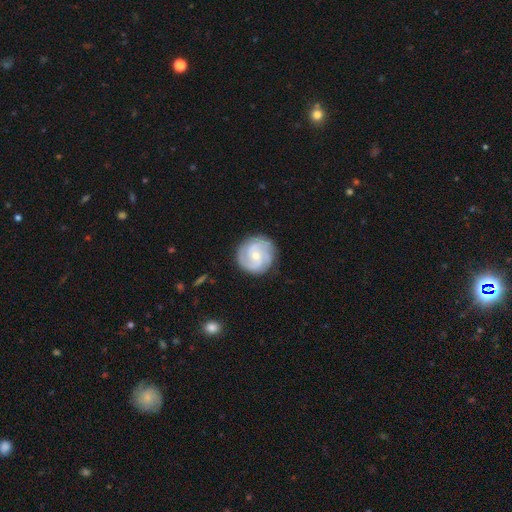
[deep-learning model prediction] Overall: featured or disk (82%). Edge-on disk: no (98%). Bar: no (62%; weak 32%). Spiral arms: yes (96%). Spiral arm count: 3 (45%; 2 24%). Spiral winding: tight (52%; medium 39%). Bulge size: small (60%; moderate 37%). Merging: none (85%).